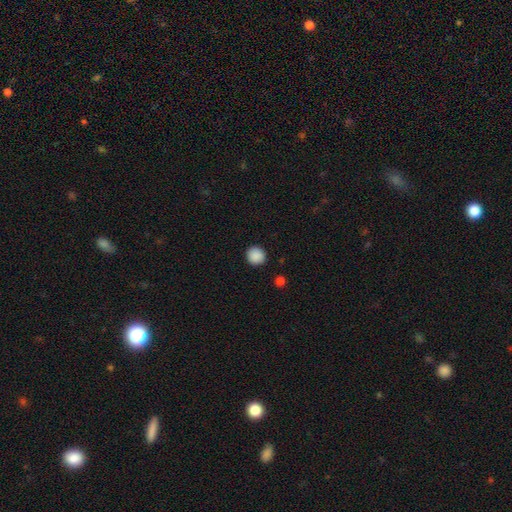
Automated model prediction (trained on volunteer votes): smooth 89%, star or artifact 9%, featured or disk 2%. Down the decision tree: how rounded — round (92%); merging — none (91%).